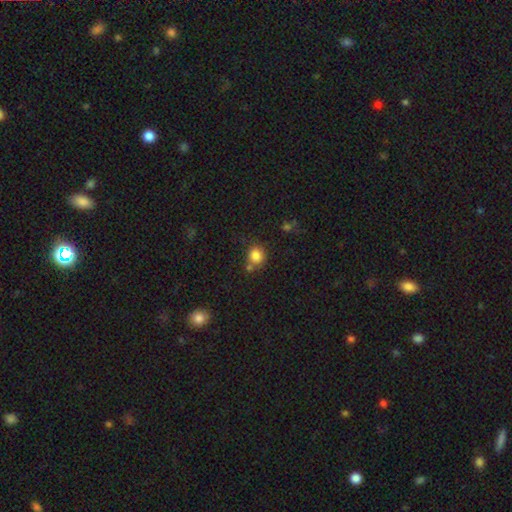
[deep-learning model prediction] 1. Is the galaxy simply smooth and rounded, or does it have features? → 83% smooth, 11% star or artifact, 6% featured or disk.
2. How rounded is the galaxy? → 83% round, 16% in between, 1% cigar-shaped.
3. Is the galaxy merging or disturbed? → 66% none, 17% merger, 13% minor disturbance, 4% major disturbance.